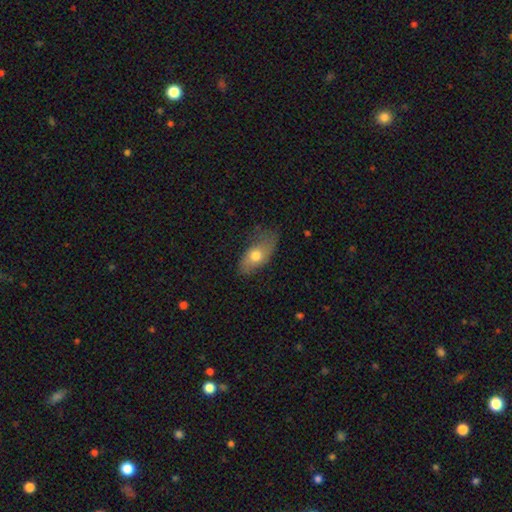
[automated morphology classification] Smooth or featured? Predicted: smooth (p=0.68). How rounded? Predicted: in between (p=0.87). Merging? Predicted: none (p=0.57).